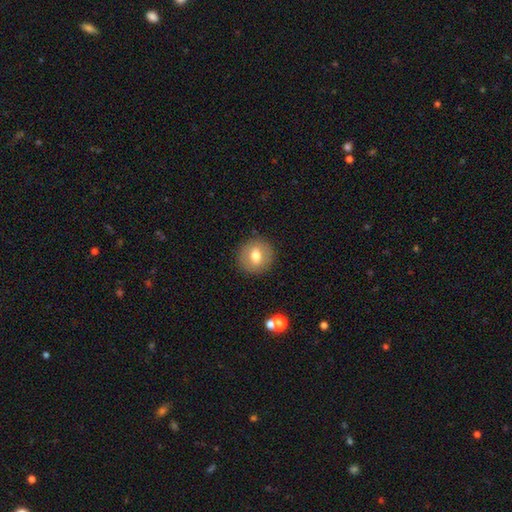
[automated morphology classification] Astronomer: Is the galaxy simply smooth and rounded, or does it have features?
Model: smooth — 71%.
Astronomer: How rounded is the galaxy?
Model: round — 87%.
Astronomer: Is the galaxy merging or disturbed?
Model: none — 89%.